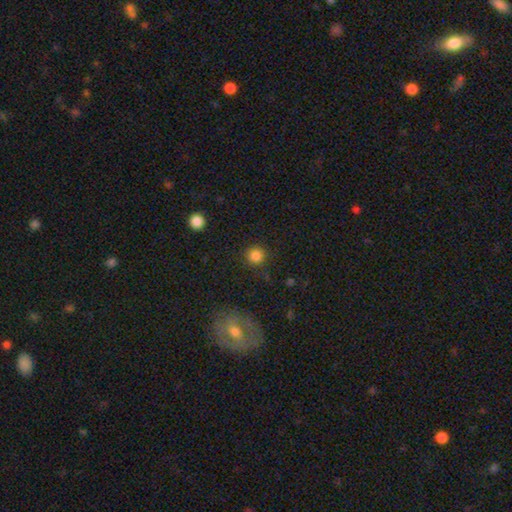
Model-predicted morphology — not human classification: This is clearly a smooth galaxy (84%). How rounded: clearly round (94%). Merging: clearly none (88%).